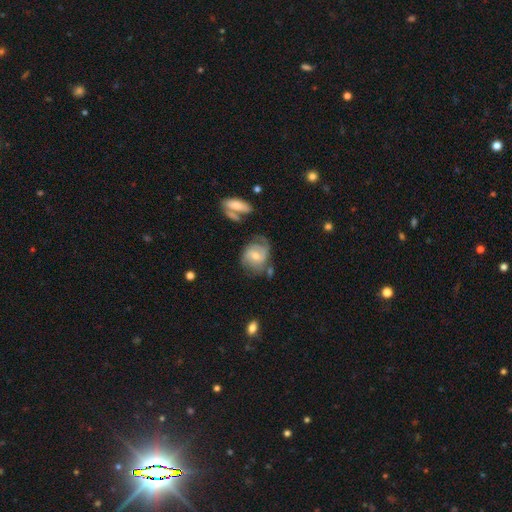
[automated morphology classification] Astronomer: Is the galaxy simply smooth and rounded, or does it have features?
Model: featured or disk — 71%.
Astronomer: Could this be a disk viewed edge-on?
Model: no — 96%.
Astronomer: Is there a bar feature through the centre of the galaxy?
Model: no — 51% (runner-up: weak, 40%).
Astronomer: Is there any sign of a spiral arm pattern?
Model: yes — 90%.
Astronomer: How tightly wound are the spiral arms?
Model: tight — 43% (runner-up: medium, 39%).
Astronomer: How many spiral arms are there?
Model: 2 — 44% (runner-up: can't tell, 25%).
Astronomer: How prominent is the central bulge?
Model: moderate — 57% (runner-up: small, 38%).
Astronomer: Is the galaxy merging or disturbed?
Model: none — 52%.